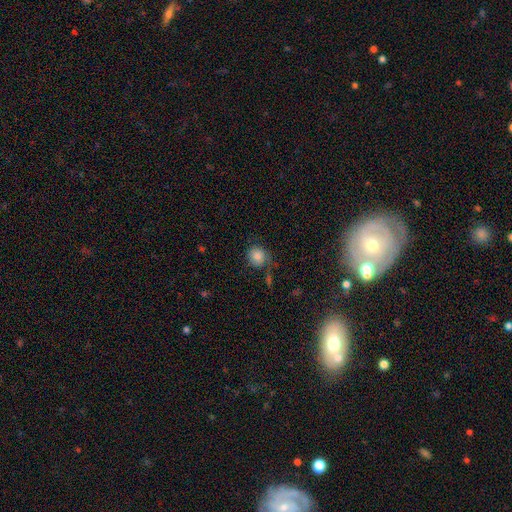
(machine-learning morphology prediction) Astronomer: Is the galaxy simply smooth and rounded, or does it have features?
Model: smooth — 81%.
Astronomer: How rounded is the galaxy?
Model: round — 85%.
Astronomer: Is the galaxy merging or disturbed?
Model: none — 65%.